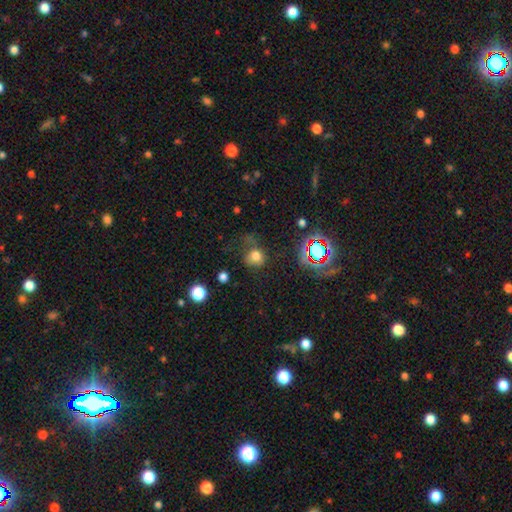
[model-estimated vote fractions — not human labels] A smooth galaxy with no disk features (72%) that is round (80%). Merging: none (53%).